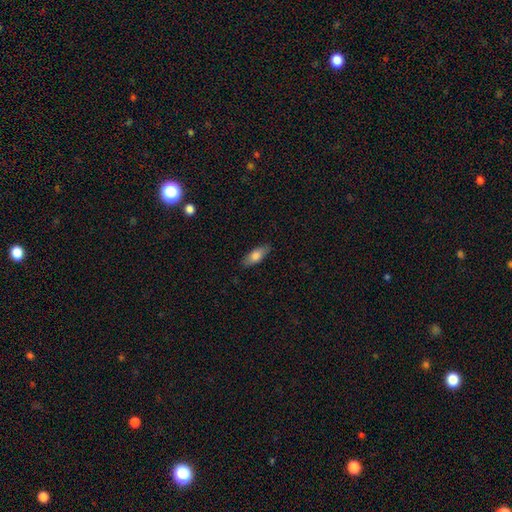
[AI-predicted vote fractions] Morphology: type=smooth (76%); roundness=in between (75%); merging=none (85%).